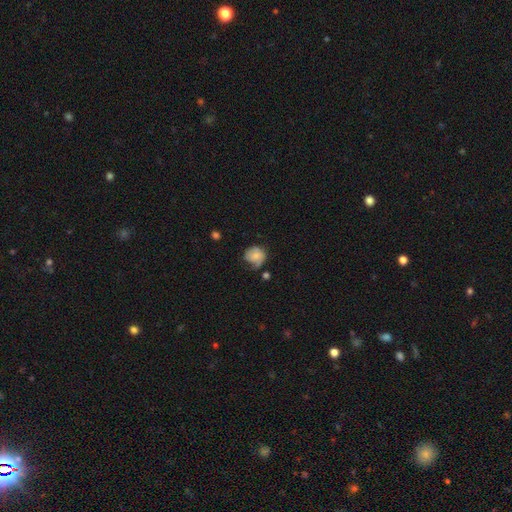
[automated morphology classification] A smooth galaxy with no disk features (64%) that is round (74%). Merging: none (46%).